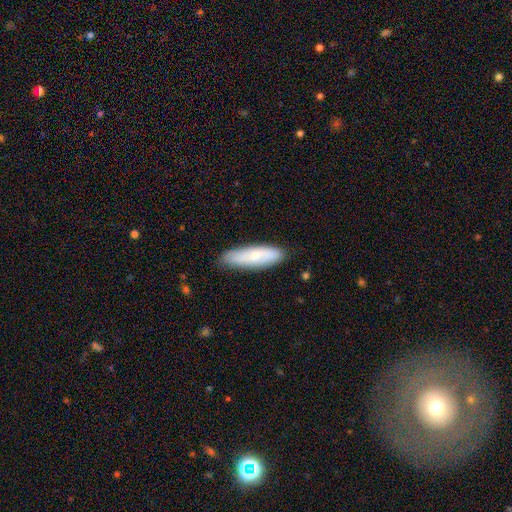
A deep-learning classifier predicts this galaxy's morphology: smooth_or_featured: smooth (p=0.65) [alt: featured or disk p=0.29]
how_rounded: cigar-shaped (p=0.53) [alt: in between p=0.45]
merging: none (p=0.83) [alt: minor disturbance p=0.13]